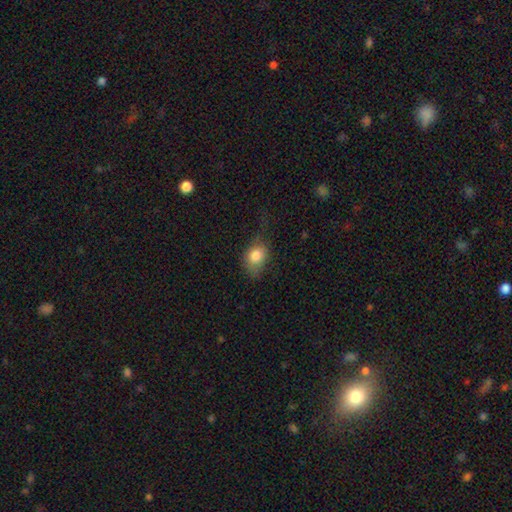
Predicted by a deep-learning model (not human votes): Smooth or featured: smooth — 81% (featured or disk — 10%)
How rounded: in between — 58% (round — 40%)
Merging: none — 47% (minor disturbance — 32%)